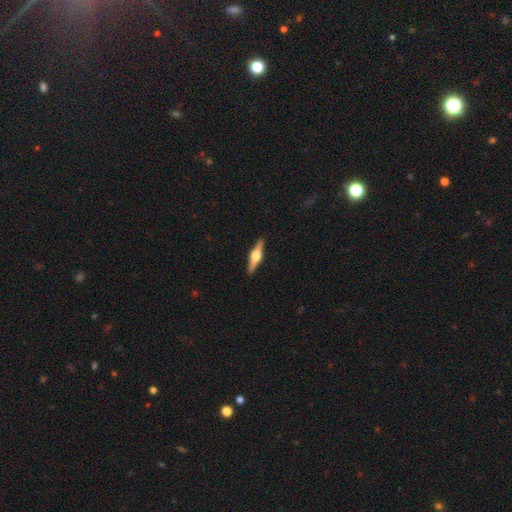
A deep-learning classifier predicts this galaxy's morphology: Q: Smooth or featured?
A: featured or disk (71%); runner-up: smooth (23%)
Q: Edge-on disk?
A: yes (97%); runner-up: no (3%)
Q: Edge-on bulge?
A: rounded (95%); runner-up: boxy (3%)
Q: Merging?
A: none (92%); runner-up: minor disturbance (6%)